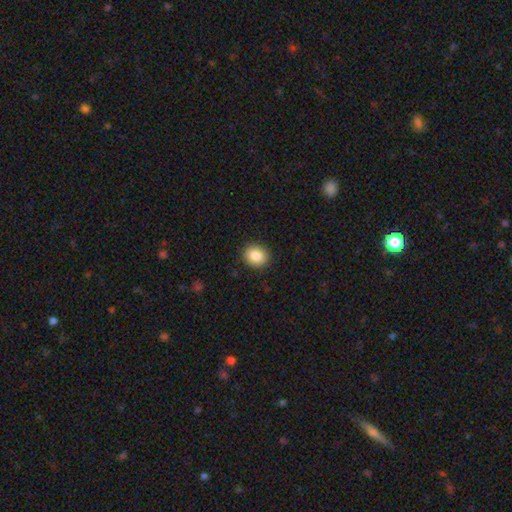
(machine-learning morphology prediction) The model was most divided on "how rounded": round: 70%, in between: 29%, cigar-shaped: 1%. More confident: merging — none (90%); smooth or featured — smooth (87%).